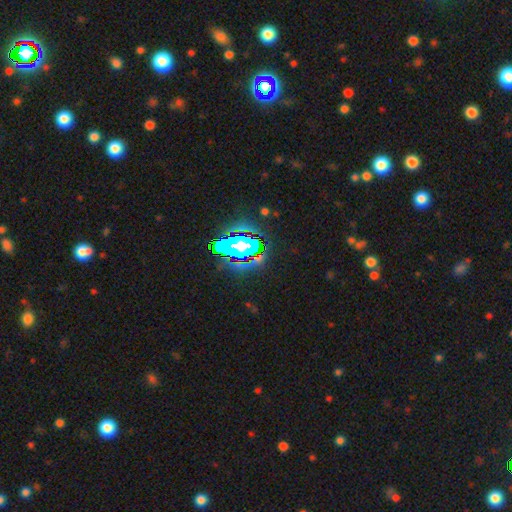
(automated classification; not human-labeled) This is likely a star or artifact rather than a galaxy (60%).